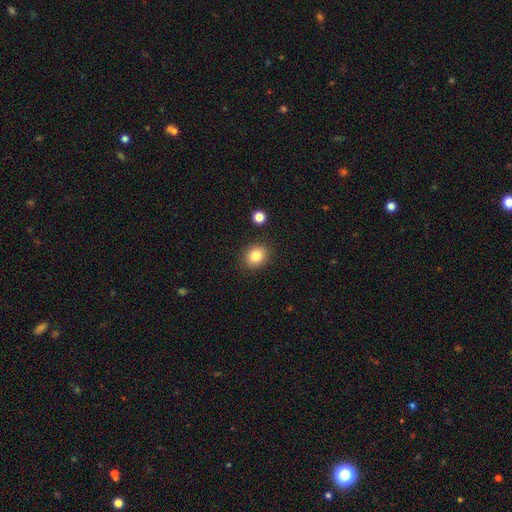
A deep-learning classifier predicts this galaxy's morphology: Smooth or featured? smooth (84%)
How rounded? round (60%)
Merging? none (88%)